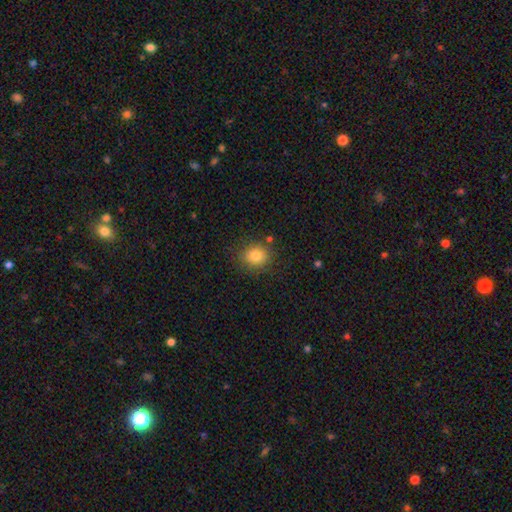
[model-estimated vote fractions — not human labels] smooth_or_featured: smooth (p=0.82) [alt: star or artifact p=0.11]
how_rounded: round (p=0.74) [alt: in between p=0.25]
merging: none (p=0.84) [alt: minor disturbance p=0.10]